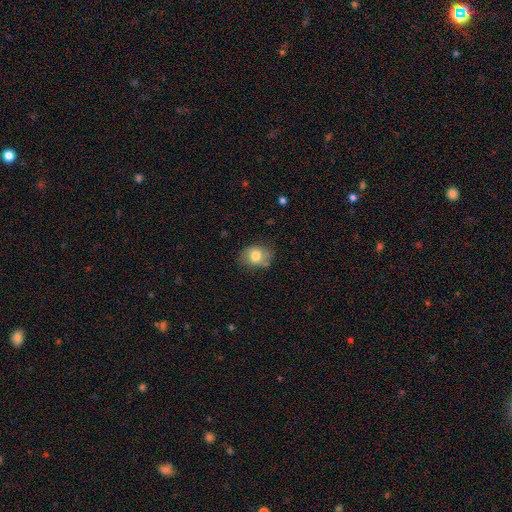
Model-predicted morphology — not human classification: A smooth galaxy with no disk features (74%) that is in between round and cigar-shaped (58%).

Vote fractions:
- Smooth or featured? smooth: 74% / featured or disk: 17% / star or artifact: 8%
- How rounded? in between: 58% / round: 41% / cigar-shaped: 1%
- Merging? none: 69% / minor disturbance: 23% / major disturbance: 6% / merger: 2%